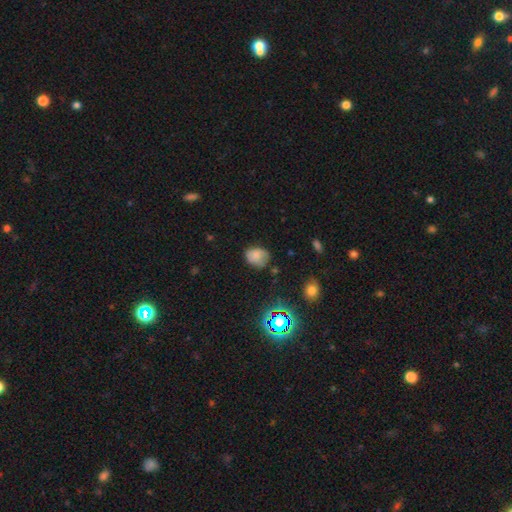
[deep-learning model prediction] Q: Smooth or featured?
A: smooth (70%); runner-up: featured or disk (16%)
Q: How rounded?
A: in between (52%); runner-up: round (47%)
Q: Merging?
A: none (58%); runner-up: minor disturbance (30%)